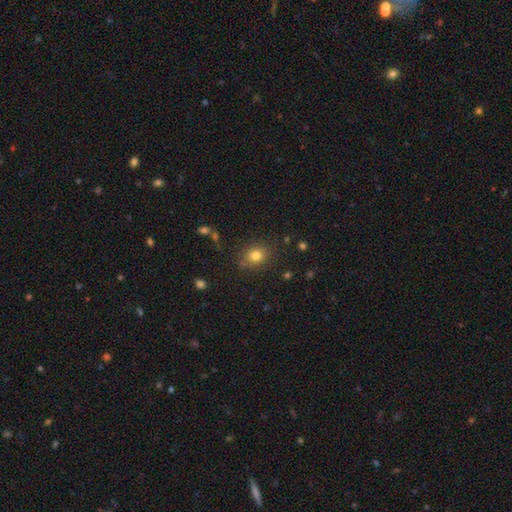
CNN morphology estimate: Q: Smooth or featured?
A: smooth (79%); runner-up: star or artifact (14%)
Q: How rounded?
A: round (63%); runner-up: in between (36%)
Q: Merging?
A: none (82%); runner-up: minor disturbance (11%)